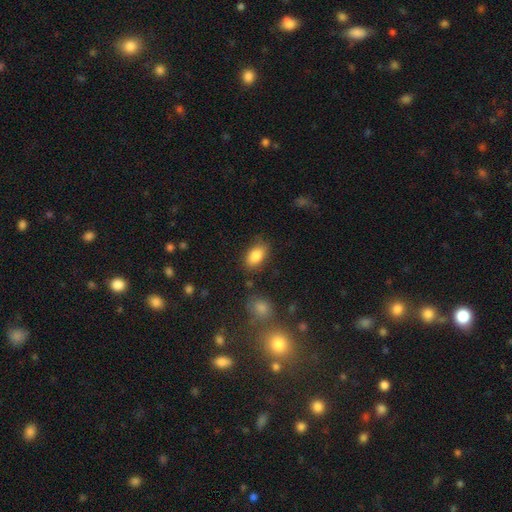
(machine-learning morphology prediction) The model was most divided on "merging": none: 80%, minor disturbance: 14%, major disturbance: 4%, merger: 3%. More confident: how rounded — in between (91%); smooth or featured — smooth (86%).